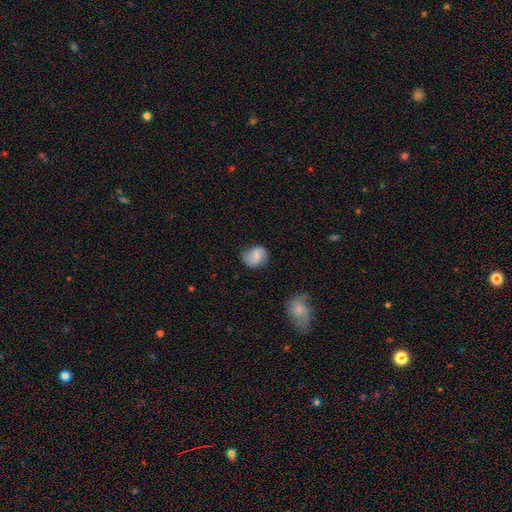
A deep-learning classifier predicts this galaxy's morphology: A smooth galaxy with no disk features (53%) that is round (59%).

Vote fractions:
- Smooth or featured? smooth: 53% / featured or disk: 39% / star or artifact: 9%
- How rounded? round: 59% / in between: 40% / cigar-shaped: 1%
- Merging? none: 70% / minor disturbance: 22% / major disturbance: 7% / merger: 2%